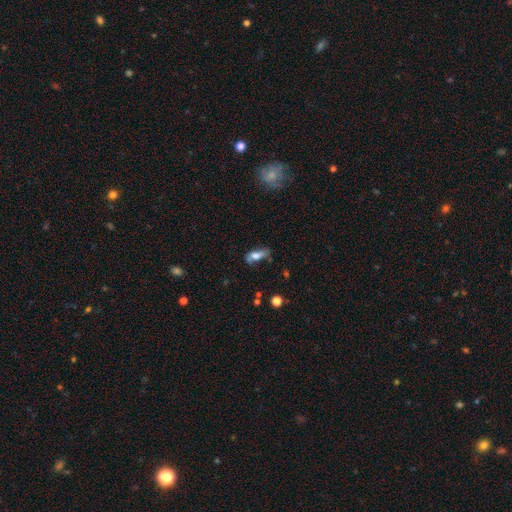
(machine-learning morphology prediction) Smooth or featured? Predicted: smooth (p=0.60). How rounded? Predicted: in between (p=0.71). Merging? Predicted: none (p=0.43).